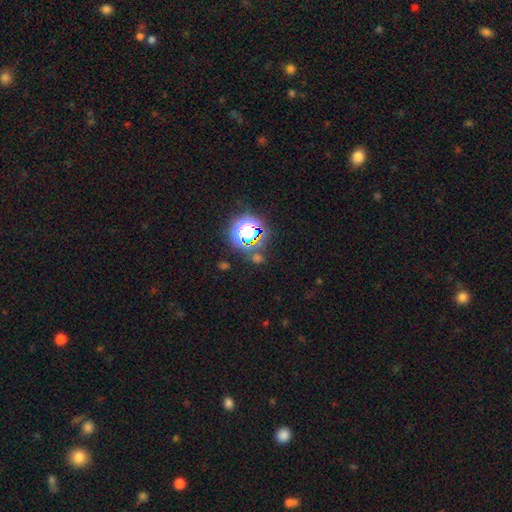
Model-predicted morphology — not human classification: A star or artifact, not a galaxy (68%).

Vote fractions:
- Smooth or featured? star or artifact: 68% / smooth: 23% / featured or disk: 9%